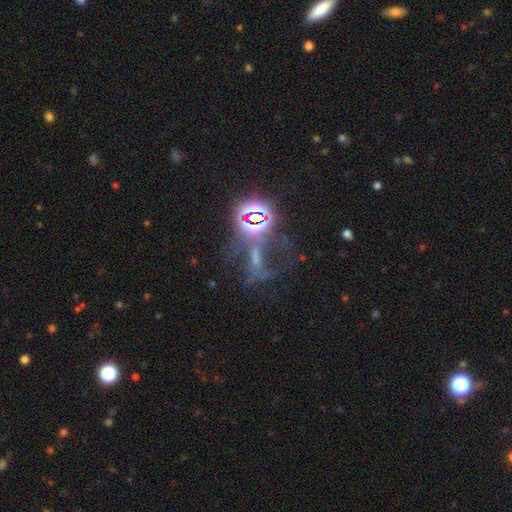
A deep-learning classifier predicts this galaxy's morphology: This appears to be a star or artifact, not a galaxy (54%).